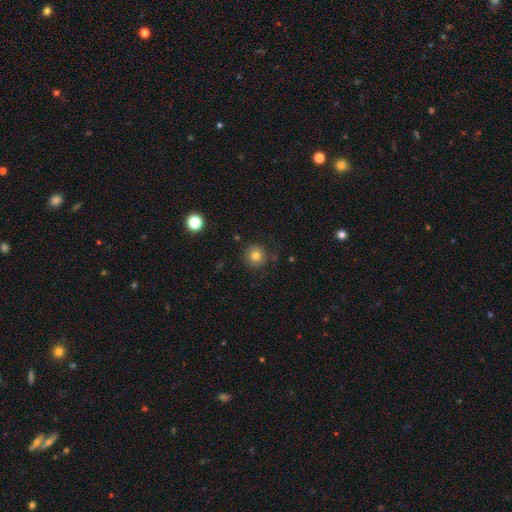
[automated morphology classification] The model was most divided on "smooth or featured": smooth: 79%, star or artifact: 12%, featured or disk: 9%. More confident: how rounded — round (94%); merging — none (84%).